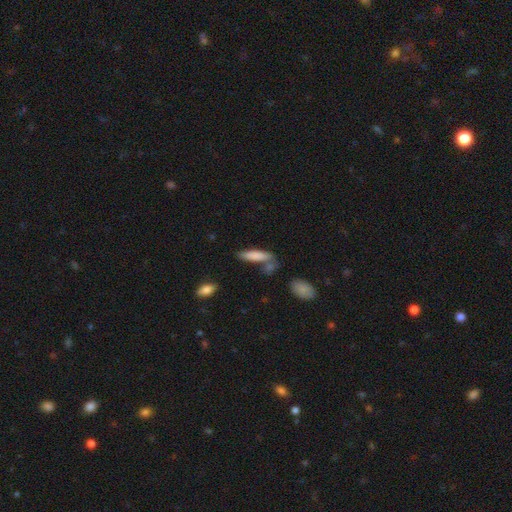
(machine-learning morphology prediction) smooth_or_featured: smooth (p=0.79) [alt: featured or disk p=0.13]
how_rounded: cigar-shaped (p=0.70) [alt: in between p=0.28]
merging: none (p=0.55) [alt: merger p=0.20]